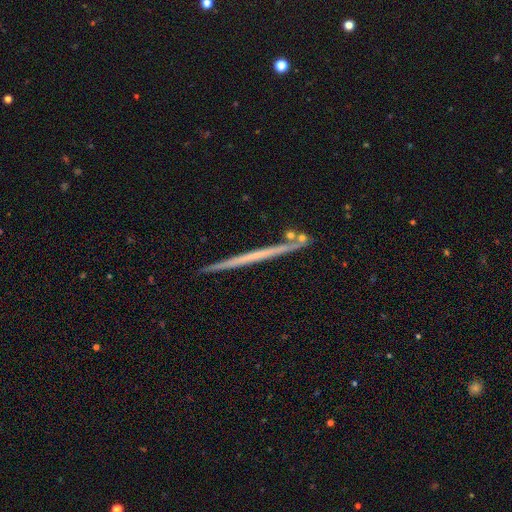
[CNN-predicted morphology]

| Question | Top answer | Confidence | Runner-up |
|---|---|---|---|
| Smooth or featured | featured or disk | 63% | smooth (29%) |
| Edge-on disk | yes | 97% | no (3%) |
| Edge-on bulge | none | 87% | rounded (10%) |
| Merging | none | 87% | minor disturbance (8%) |